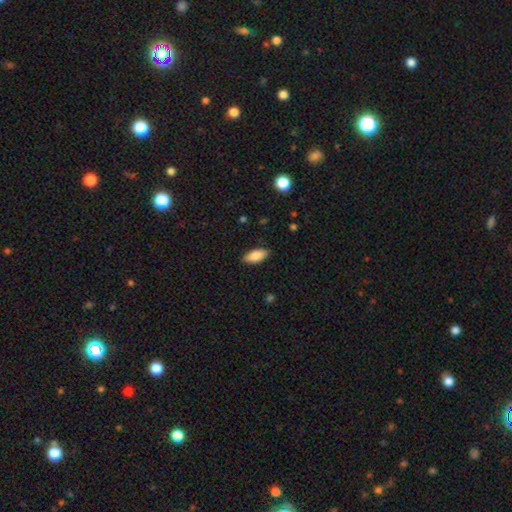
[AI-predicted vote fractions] Smooth or featured? Predicted: smooth (p=0.85). How rounded? Predicted: in between (p=0.86). Merging? Predicted: none (p=0.87).